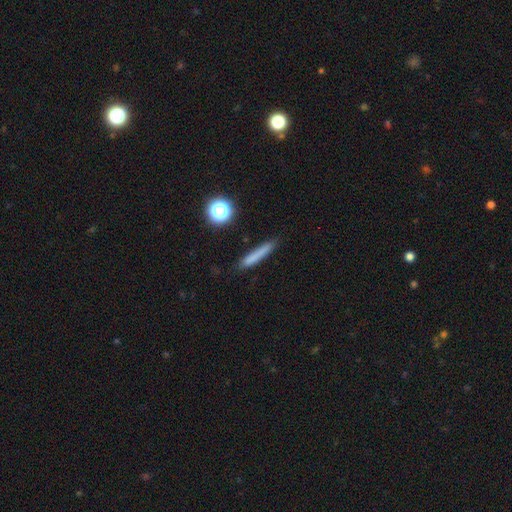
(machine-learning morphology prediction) Smooth or featured? smooth (74%)
How rounded? cigar-shaped (92%)
Merging? none (85%)